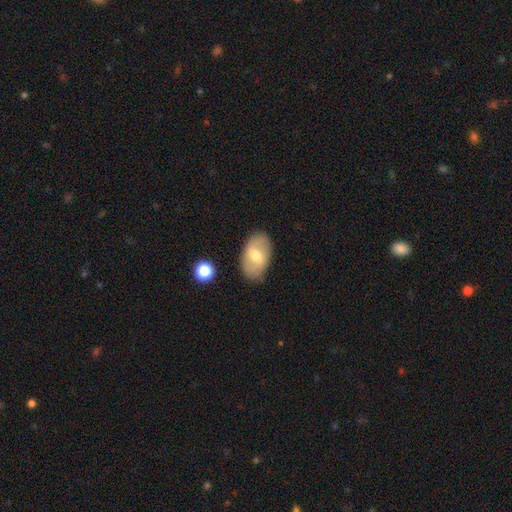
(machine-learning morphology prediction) Overall: smooth (53%; featured or disk 41%). How rounded: in between (91%). Merging: none (84%).